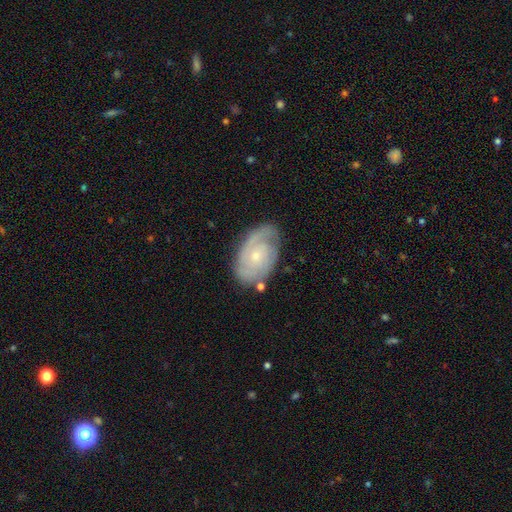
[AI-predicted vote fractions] featured or disk 77%, smooth 17%, star or artifact 6%. Down the decision tree: edge-on disk — no (96%); bar — no (73%); spiral arms — yes (92%); spiral arm count — 2 (47%); spiral winding — tight (60%); bulge size — small (70%); merging — none (72%).